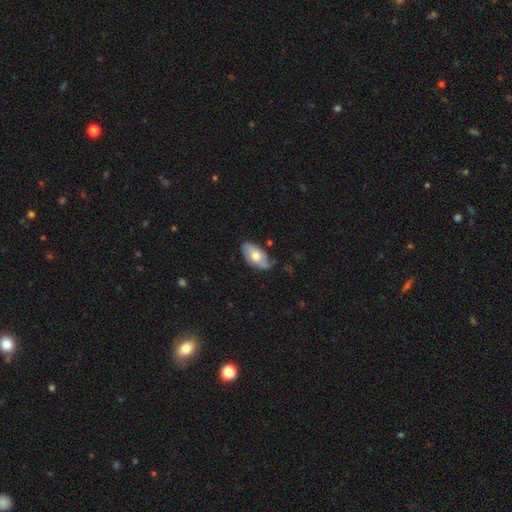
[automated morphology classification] smooth_or_featured: smooth (p=0.59) [alt: featured or disk p=0.35]
how_rounded: in between (p=0.94) [alt: round p=0.03]
merging: none (p=0.64) [alt: minor disturbance p=0.28]